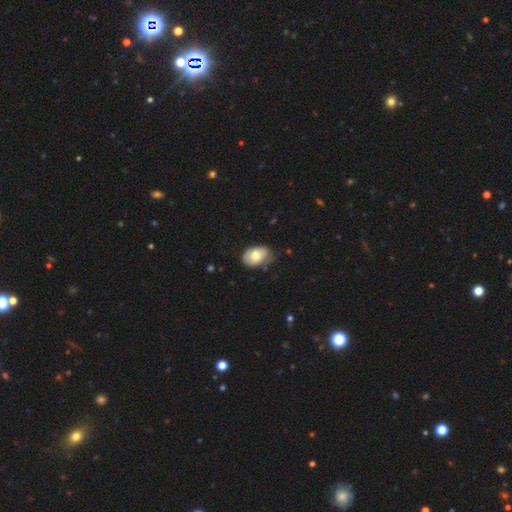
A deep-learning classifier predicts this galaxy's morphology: A smooth galaxy with no disk features (71%) that is in between round and cigar-shaped (86%). Merging: none (51%).